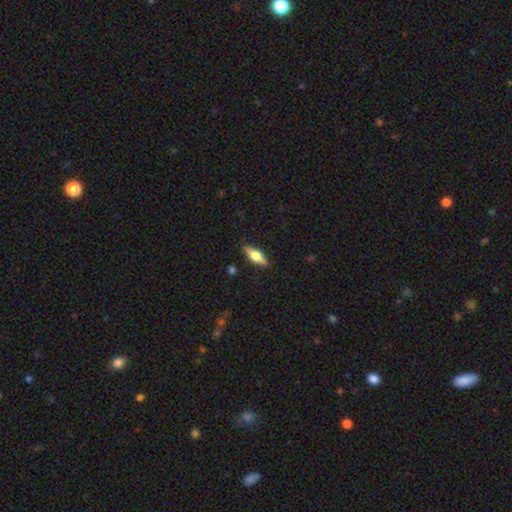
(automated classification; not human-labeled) The model was most divided on "smooth or featured": smooth: 49%, featured or disk: 45%, star or artifact: 6%. More confident: merging — none (86%).